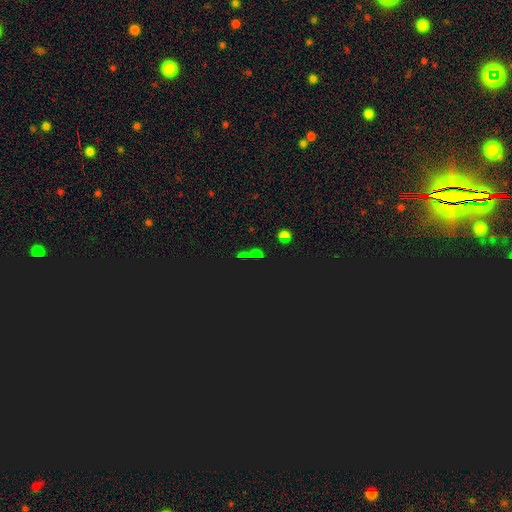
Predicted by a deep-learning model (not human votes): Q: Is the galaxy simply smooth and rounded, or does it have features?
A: star or artifact — 69%.